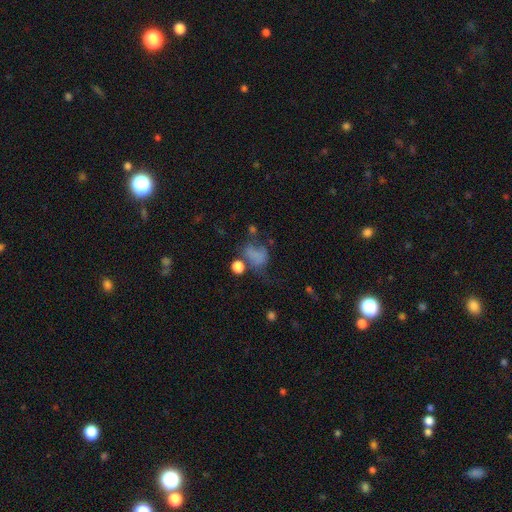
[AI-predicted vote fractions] Smooth or featured?
  - smooth: 61% *
  - featured or disk: 21%
  - star or artifact: 18%
How rounded?
  - in between: 57% *
  - round: 42%
  - cigar-shaped: 2%
Merging?
  - major disturbance: 35% *
  - none: 29%
  - minor disturbance: 21%
  - merger: 14%